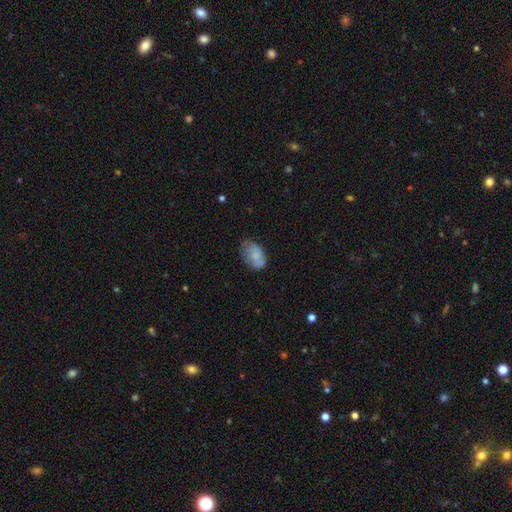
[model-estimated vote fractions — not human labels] Morphology: type=smooth (73%); roundness=in between (87%); merging=none (57%).